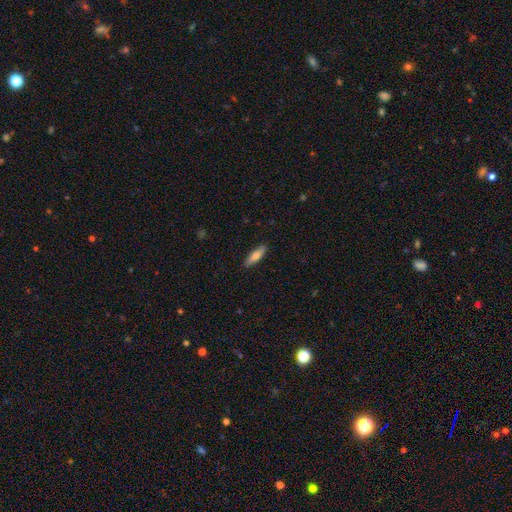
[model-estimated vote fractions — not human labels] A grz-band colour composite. It shows a smooth galaxy with no disk features (66%) that is cigar-shaped (66%). Merging: none (90%).